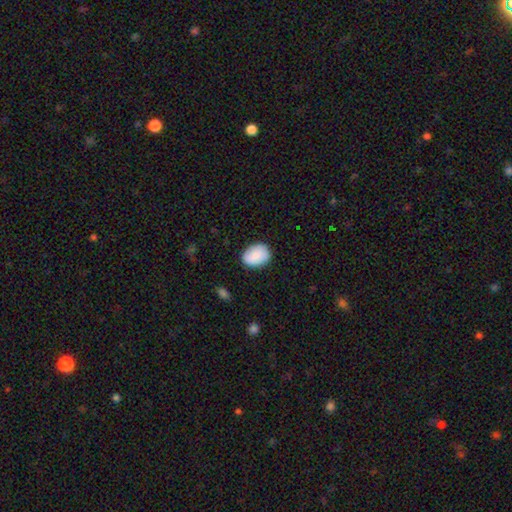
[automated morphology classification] smooth 86%, featured or disk 8%, star or artifact 6%. Down the decision tree: how rounded — in between (73%); merging — none (84%).